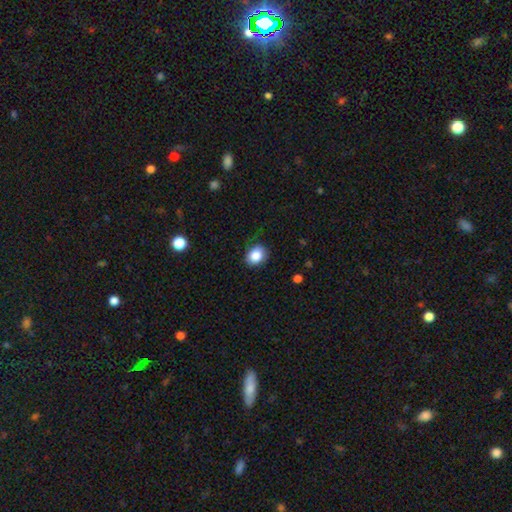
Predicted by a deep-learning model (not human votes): A smooth galaxy with no disk features (85%) that is in between round and cigar-shaped (51%).

Vote fractions:
- Smooth or featured? smooth: 85% / star or artifact: 9% / featured or disk: 6%
- How rounded? in between: 51% / round: 48% / cigar-shaped: 1%
- Merging? none: 83% / minor disturbance: 13% / major disturbance: 3% / merger: 1%